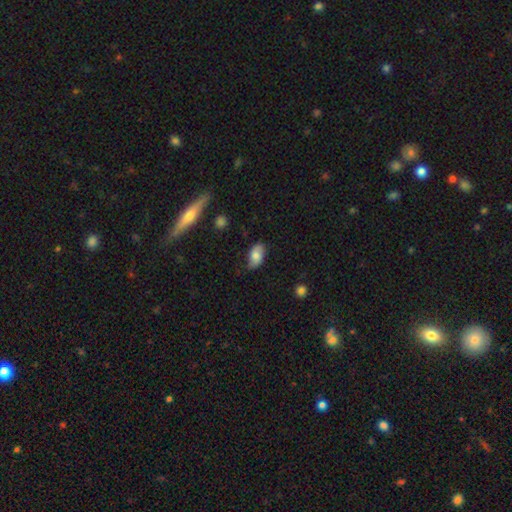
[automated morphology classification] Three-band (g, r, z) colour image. It shows a smooth galaxy with no disk features (70%) that is in between round and cigar-shaped (92%). Merging: none (71%).